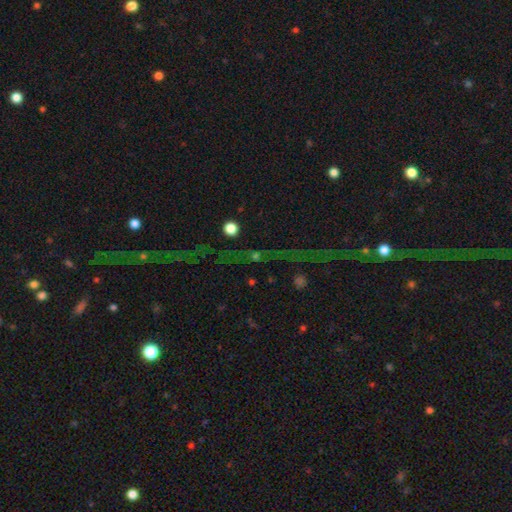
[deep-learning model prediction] A star or artifact, not a galaxy (65%).